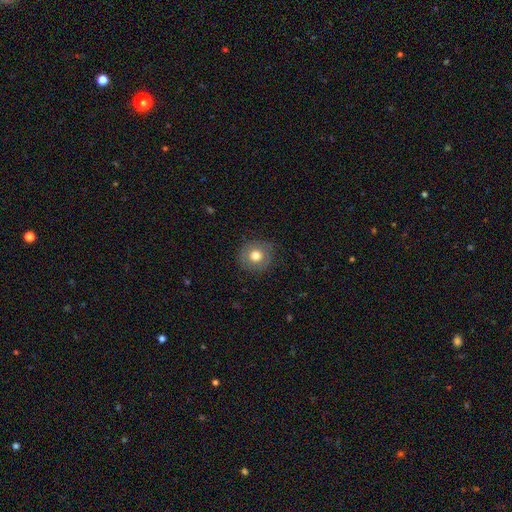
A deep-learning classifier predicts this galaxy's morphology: A smooth galaxy with no disk features (74%) that is round (91%).

Vote fractions:
- Smooth or featured? smooth: 74% / featured or disk: 17% / star or artifact: 10%
- How rounded? round: 91% / in between: 8% / cigar-shaped: 1%
- Merging? none: 85% / minor disturbance: 10% / major disturbance: 3% / merger: 1%